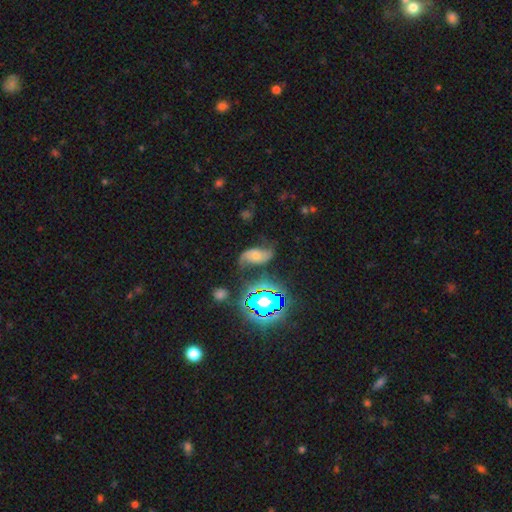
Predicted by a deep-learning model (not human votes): featured or disk 59%, smooth 24%, star or artifact 18%. Down the decision tree: edge-on disk — no (94%); bar — no (67%); spiral arms — yes (90%); bulge size — small (47%); merging — none (57%).